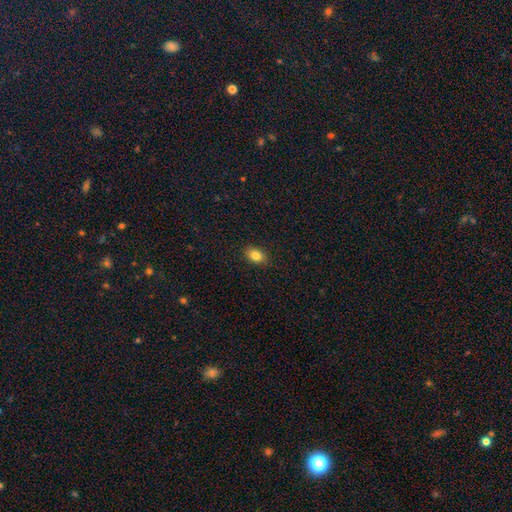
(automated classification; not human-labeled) Smooth or featured?
  - smooth: 83% *
  - star or artifact: 9%
  - featured or disk: 8%
How rounded?
  - in between: 81% *
  - round: 17%
  - cigar-shaped: 2%
Merging?
  - none: 88% *
  - minor disturbance: 9%
  - major disturbance: 2%
  - merger: 1%